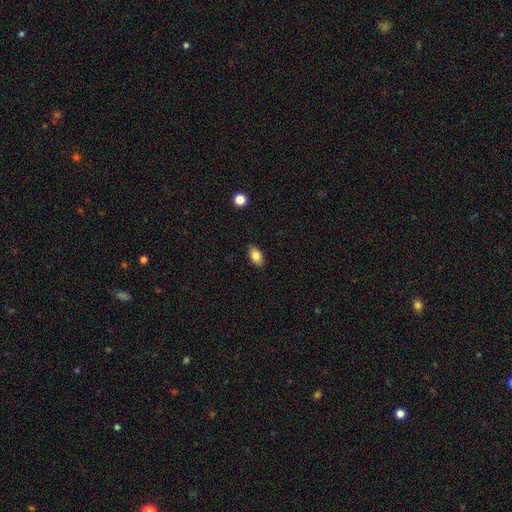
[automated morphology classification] smooth-or-featured: smooth: 83% | featured or disk: 9% | star or artifact: 8%
  how-rounded: in between: 91% | round: 6% | cigar-shaped: 3%
  merging: none: 88% | minor disturbance: 9% | major disturbance: 2% | merger: 1%